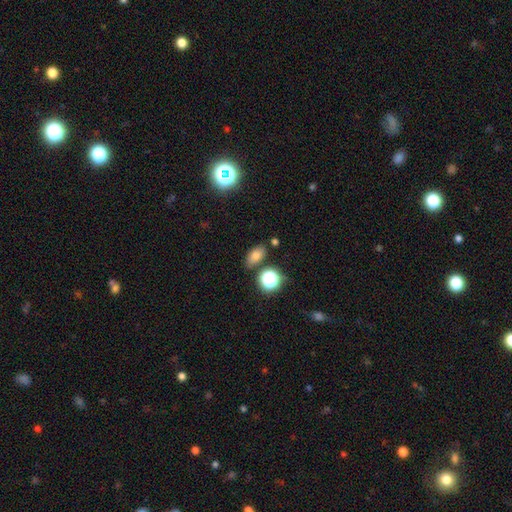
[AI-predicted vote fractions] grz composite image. It shows a smooth galaxy with no disk features (73%) that is in between round and cigar-shaped (82%). Merging: none (79%).